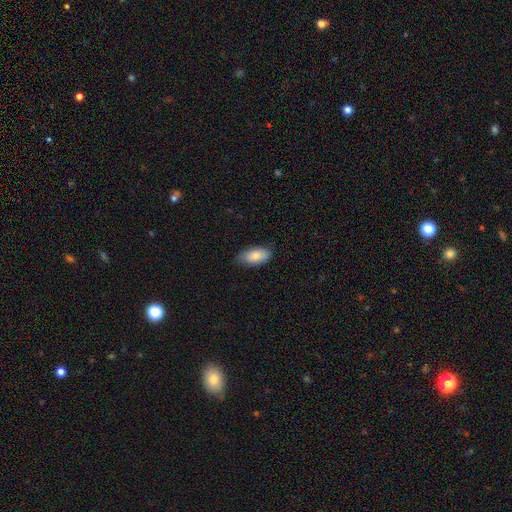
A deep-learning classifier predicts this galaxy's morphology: type=smooth (83%); roundness=in between (92%); merging=none (81%).